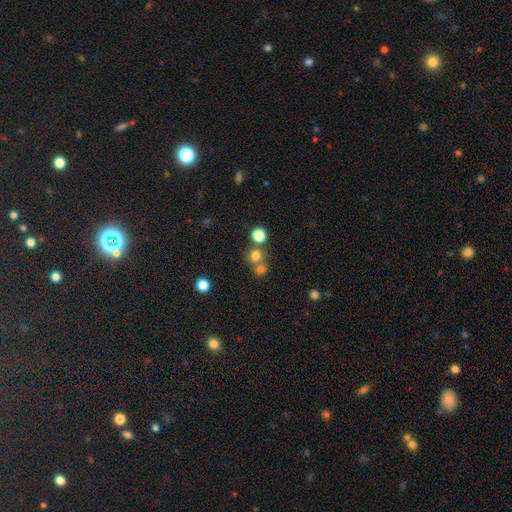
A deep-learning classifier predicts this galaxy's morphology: Smooth or featured?
  - smooth: 74% *
  - star or artifact: 17%
  - featured or disk: 8%
How rounded?
  - round: 88% *
  - in between: 11%
  - cigar-shaped: 1%
Merging?
  - none: 58% *
  - merger: 32%
  - minor disturbance: 7%
  - major disturbance: 3%